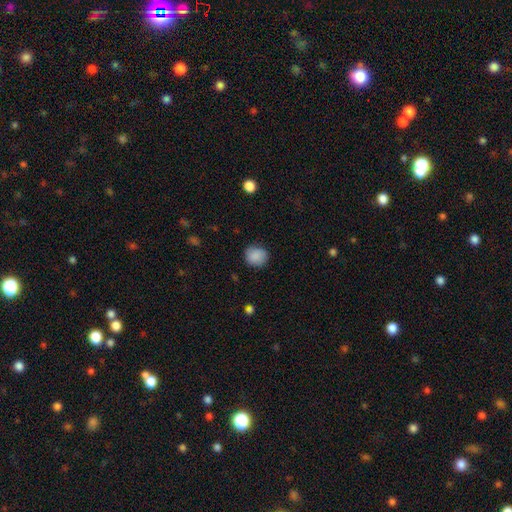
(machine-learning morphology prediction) smooth_or_featured: smooth (p=0.88) [alt: star or artifact p=0.08]
how_rounded: round (p=0.83) [alt: in between p=0.17]
merging: none (p=0.83) [alt: minor disturbance p=0.13]